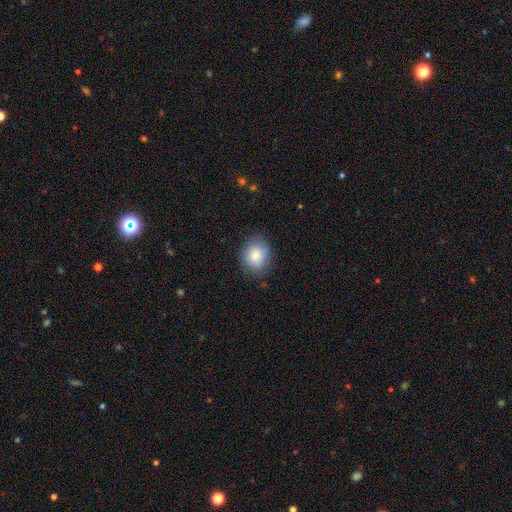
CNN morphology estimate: type=smooth (82%); roundness=round (58%); merging=none (81%).